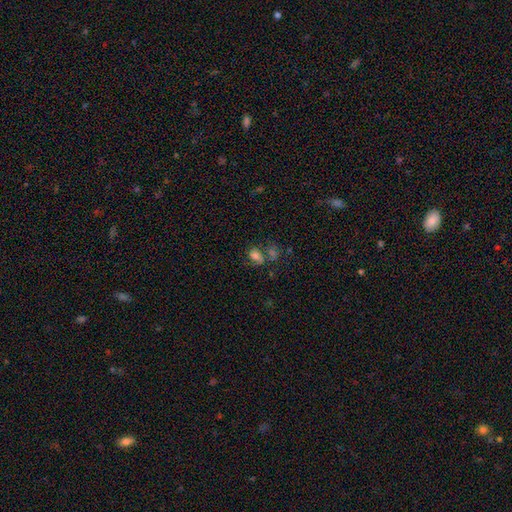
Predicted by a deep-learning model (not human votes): Morphology: type=smooth (62%); roundness=in between (67%); merging=none (40%).